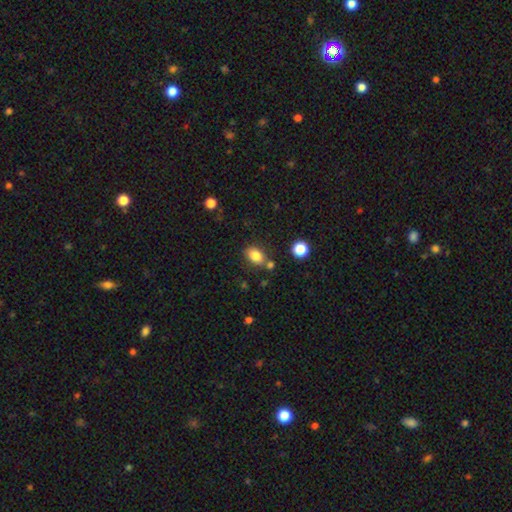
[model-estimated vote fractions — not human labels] Smooth or featured: smooth — 83% (star or artifact — 10%)
How rounded: in between — 79% (round — 20%)
Merging: none — 72% (minor disturbance — 13%)